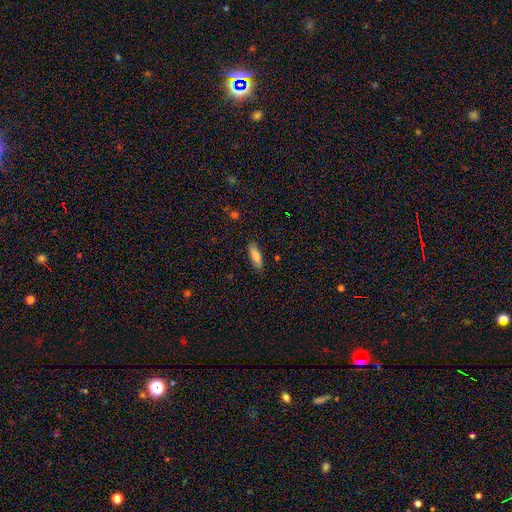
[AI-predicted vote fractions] Smooth or featured? smooth (81%)
How rounded? in between (58%)
Merging? none (85%)